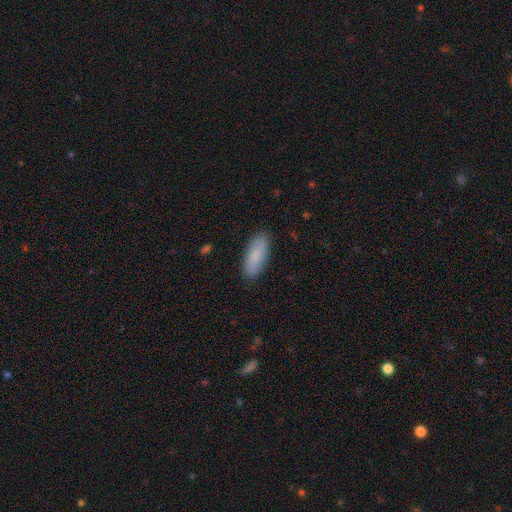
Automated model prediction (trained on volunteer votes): Smooth or featured: smooth — 87% (featured or disk — 8%)
How rounded: in between — 71% (cigar-shaped — 27%)
Merging: none — 88% (minor disturbance — 9%)